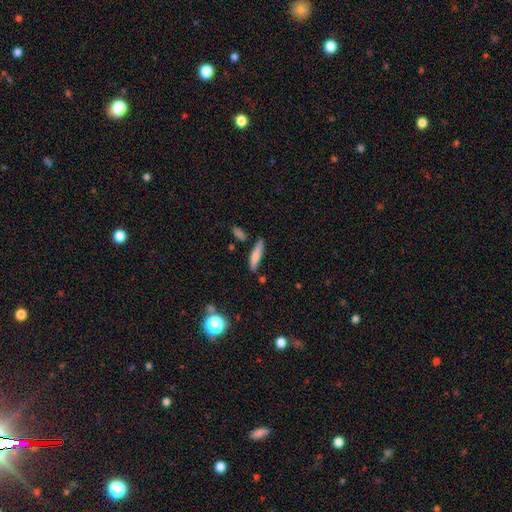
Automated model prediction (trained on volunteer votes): Morphology: type=smooth (75%); roundness=cigar-shaped (78%); merging=none (73%).